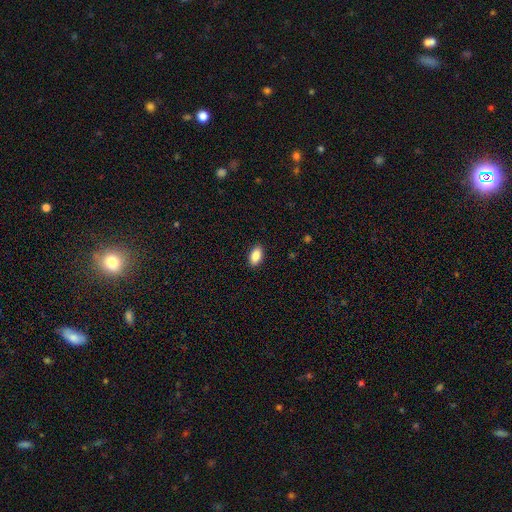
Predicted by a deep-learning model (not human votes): This appears to be a smooth galaxy with no disk features (88%) that is in between round and cigar-shaped (93%). Merging: none (89%).